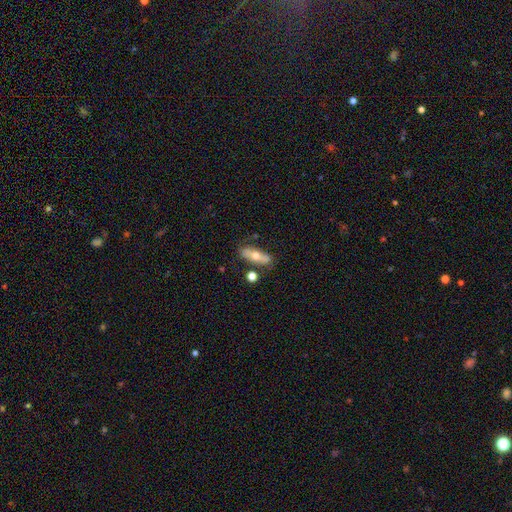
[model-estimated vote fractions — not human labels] smooth-or-featured: smooth: 50% | featured or disk: 43% | star or artifact: 7%
  how-rounded: in between: 60% | cigar-shaped: 36% | round: 4%
  merging: none: 73% | minor disturbance: 16% | merger: 7% | major disturbance: 5%